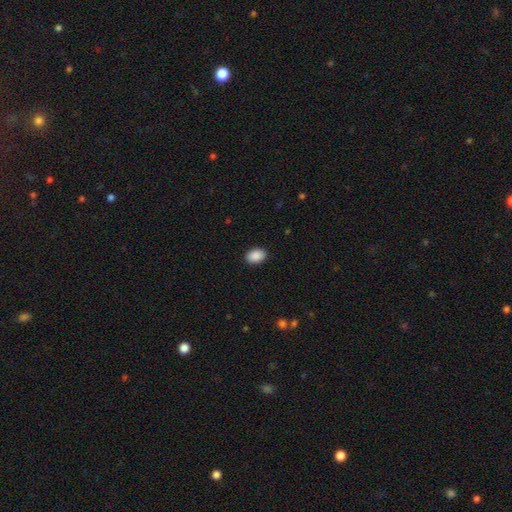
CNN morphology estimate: A smooth galaxy with no disk features (90%) that is in between round and cigar-shaped (84%). Merging: none (90%).